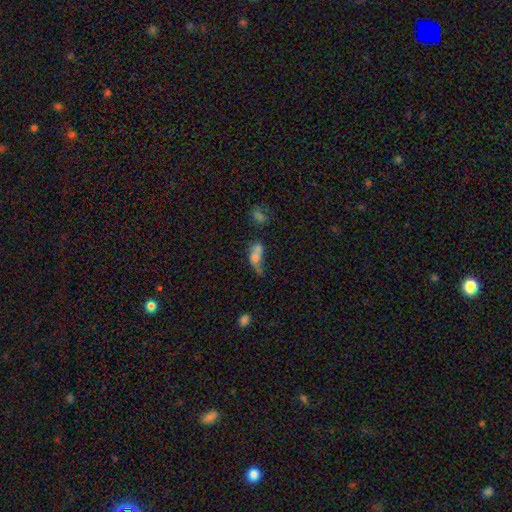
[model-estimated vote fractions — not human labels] Smooth or featured? Predicted: smooth (p=0.62). How rounded? Predicted: in between (p=0.72). Merging? Predicted: merger (p=0.50).